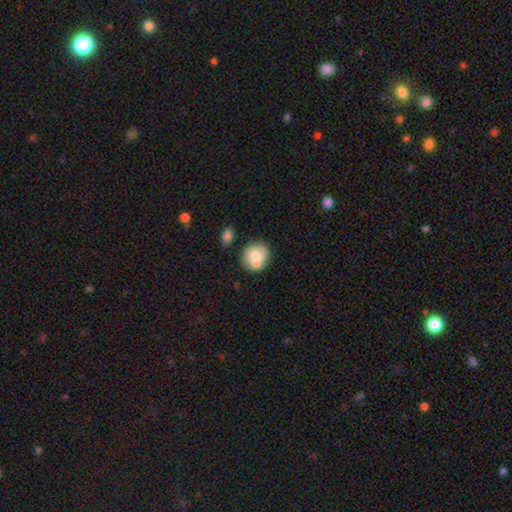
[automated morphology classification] A smooth galaxy with no disk features (75%) that is round (80%). Merging: none (60%).